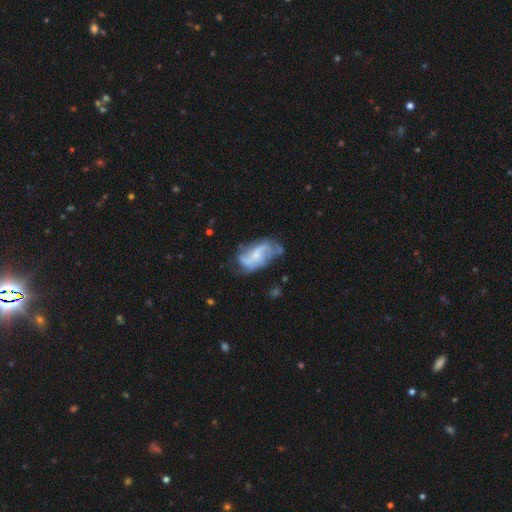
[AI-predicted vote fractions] smooth_or_featured: featured or disk (p=0.70) [alt: smooth p=0.23]
disk_edge_on: no (p=0.96) [alt: yes p=0.04]
bar: no (p=0.50) [alt: weak p=0.40]
has_spiral_arms: yes (p=0.84) [alt: no p=0.16]
spiral_winding: loose (p=0.47) [alt: medium p=0.38]
spiral_arm_count: 2 (p=0.61) [alt: can't tell p=0.19]
bulge_size: small (p=0.48) [alt: moderate p=0.35]
merging: none (p=0.49) [alt: minor disturbance p=0.28]